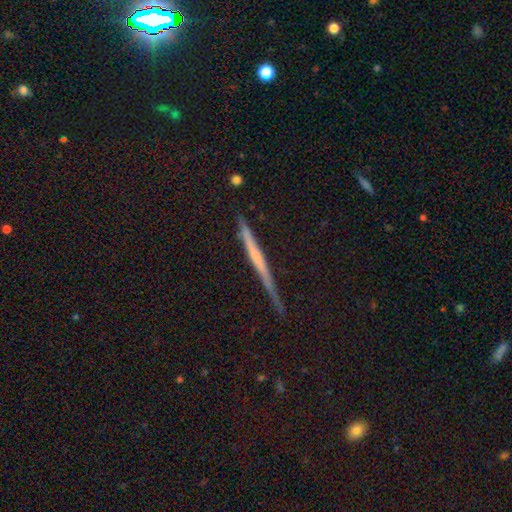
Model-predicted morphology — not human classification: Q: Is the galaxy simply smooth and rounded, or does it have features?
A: featured or disk — 56%.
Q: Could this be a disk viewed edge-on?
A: yes — 97%.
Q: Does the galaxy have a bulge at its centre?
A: none — 73%.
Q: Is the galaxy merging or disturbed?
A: none — 80%.